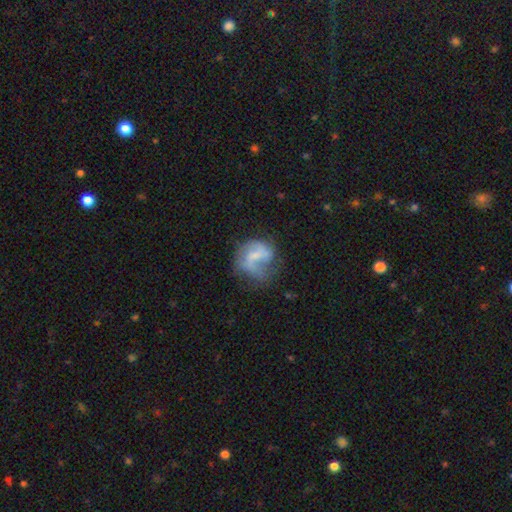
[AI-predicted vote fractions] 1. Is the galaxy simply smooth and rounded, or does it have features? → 60% featured or disk, 31% smooth, 9% star or artifact.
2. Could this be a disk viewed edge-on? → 98% no, 2% yes.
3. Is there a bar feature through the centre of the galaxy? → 43% weak, 42% no, 15% strong.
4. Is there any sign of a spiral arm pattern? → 72% yes, 28% no.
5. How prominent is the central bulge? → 42% small, 33% none, 21% moderate, 3% large, 1% dominant.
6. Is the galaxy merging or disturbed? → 41% none, 30% major disturbance, 24% minor disturbance, 5% merger.